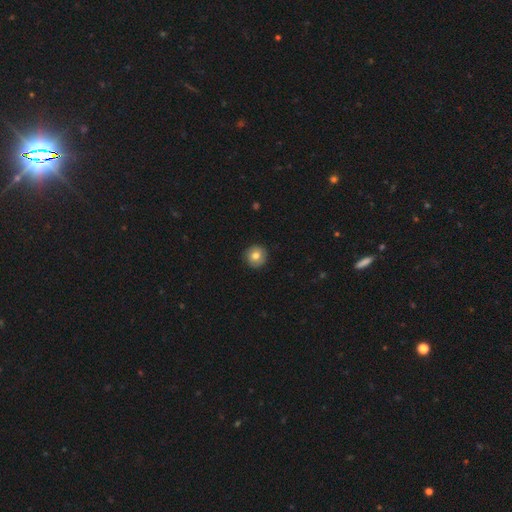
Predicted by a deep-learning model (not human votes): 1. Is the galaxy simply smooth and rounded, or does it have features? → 77% smooth, 14% featured or disk, 9% star or artifact.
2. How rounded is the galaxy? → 94% round, 5% in between, 1% cigar-shaped.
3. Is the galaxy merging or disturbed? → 90% none, 8% minor disturbance, 2% major disturbance, 1% merger.